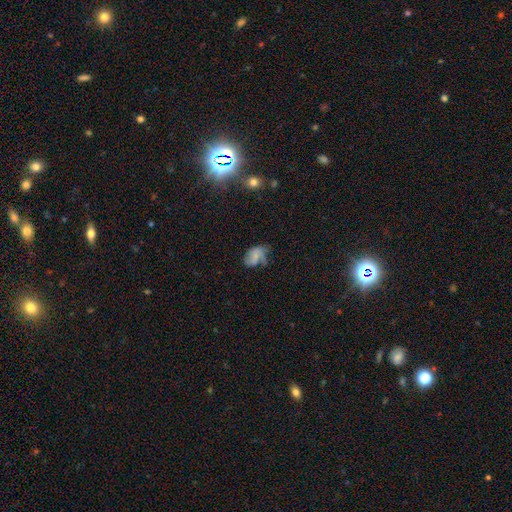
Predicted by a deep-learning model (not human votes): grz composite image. It shows a smooth galaxy with no disk features (54%) that is in between round and cigar-shaped (82%). Merging: none (35%).